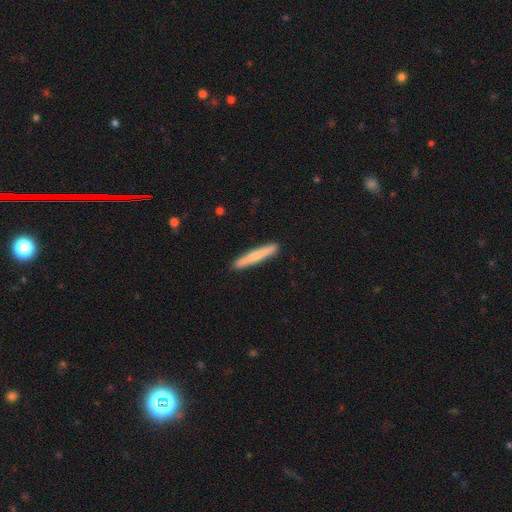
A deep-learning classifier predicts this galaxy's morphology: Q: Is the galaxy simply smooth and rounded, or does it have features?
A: smooth — 69%.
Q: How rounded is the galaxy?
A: cigar-shaped — 96%.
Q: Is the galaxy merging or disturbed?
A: none — 92%.